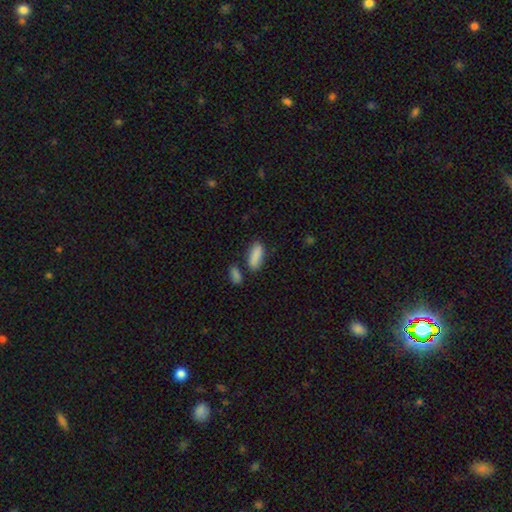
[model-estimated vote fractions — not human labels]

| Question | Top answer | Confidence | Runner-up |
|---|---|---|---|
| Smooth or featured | smooth | 88% | star or artifact (7%) |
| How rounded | in between | 70% | cigar-shaped (28%) |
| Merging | none | 72% | minor disturbance (13%) |